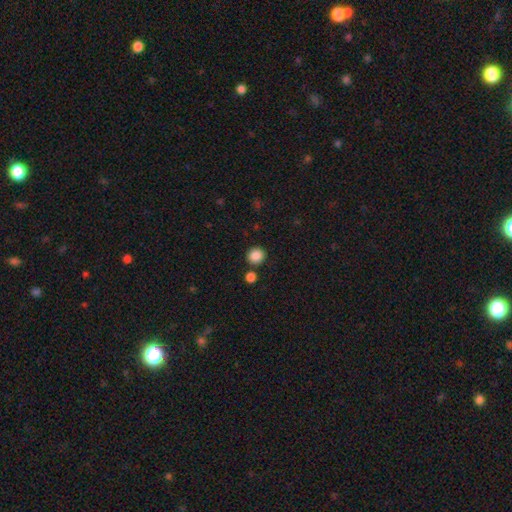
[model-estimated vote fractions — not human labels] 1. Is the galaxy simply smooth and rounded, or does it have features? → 87% smooth, 10% star or artifact, 3% featured or disk.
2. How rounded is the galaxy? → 89% round, 10% in between, 1% cigar-shaped.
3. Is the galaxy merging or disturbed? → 84% none, 7% merger, 7% minor disturbance, 2% major disturbance.